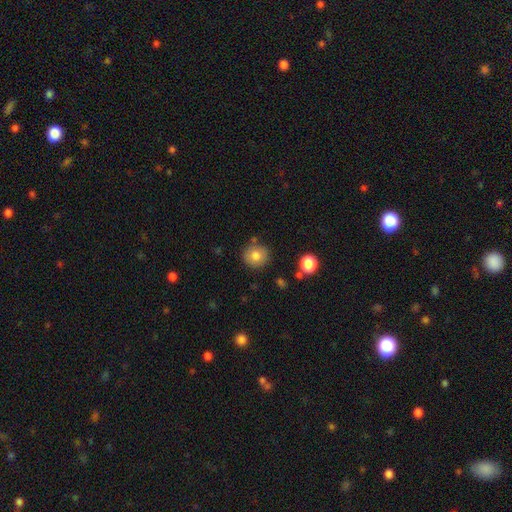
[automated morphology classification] Q: Smooth or featured?
A: smooth (79%); runner-up: featured or disk (11%)
Q: How rounded?
A: round (88%); runner-up: in between (12%)
Q: Merging?
A: none (83%); runner-up: minor disturbance (10%)